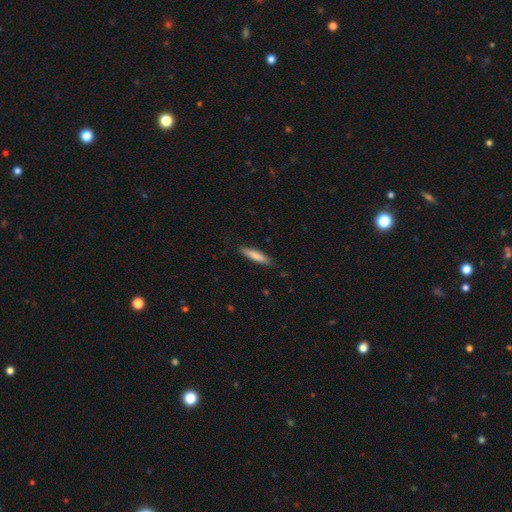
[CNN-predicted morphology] Smooth or featured? smooth (76%)
How rounded? cigar-shaped (85%)
Merging? none (85%)